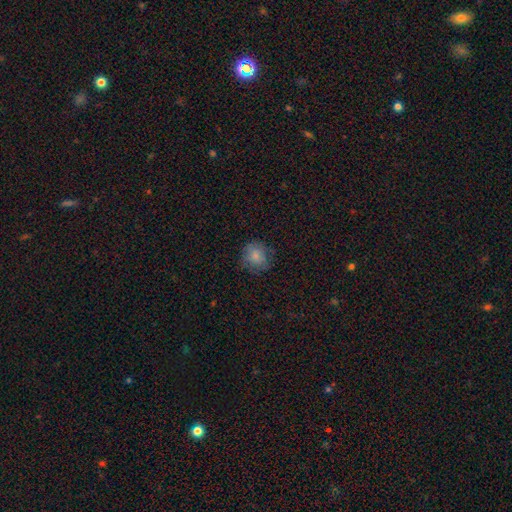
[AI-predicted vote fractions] This is clearly a smooth galaxy (82%). How rounded: clearly round (82%). Merging: likely none (76%).